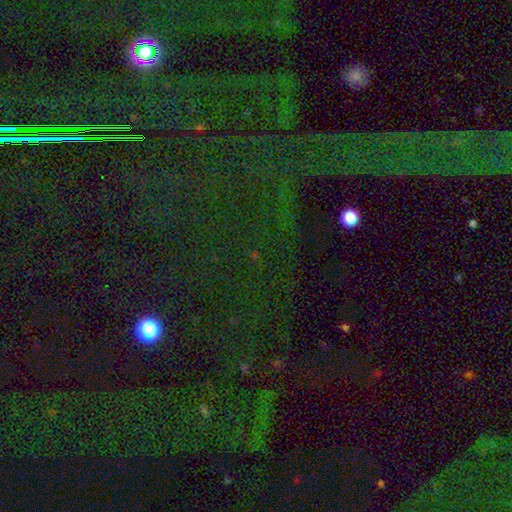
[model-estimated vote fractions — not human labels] This appears to be a star or artifact, not a galaxy (81%).